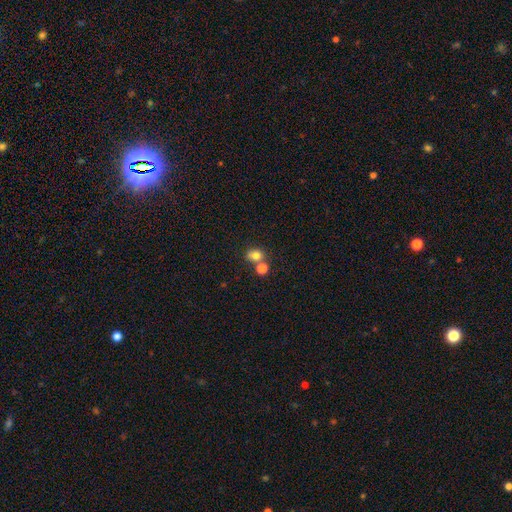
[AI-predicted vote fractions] Morphology: type=smooth (80%); roundness=round (52%); merging=none (52%).